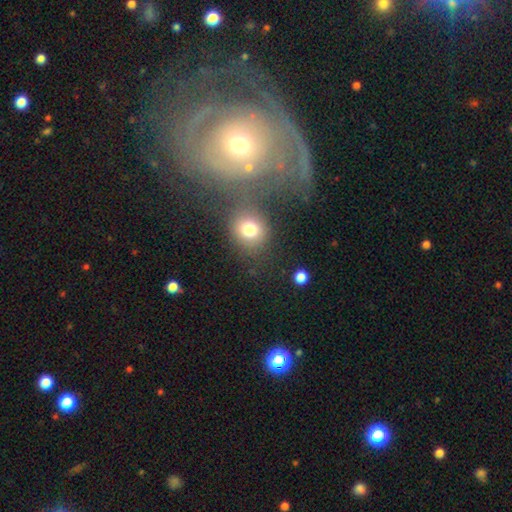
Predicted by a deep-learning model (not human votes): A featured or disk galaxy (45%).

Vote fractions:
- Smooth or featured? featured or disk: 45% / smooth: 40% / star or artifact: 15%
- Merging? none: 58% / merger: 22% / minor disturbance: 13% / major disturbance: 8%